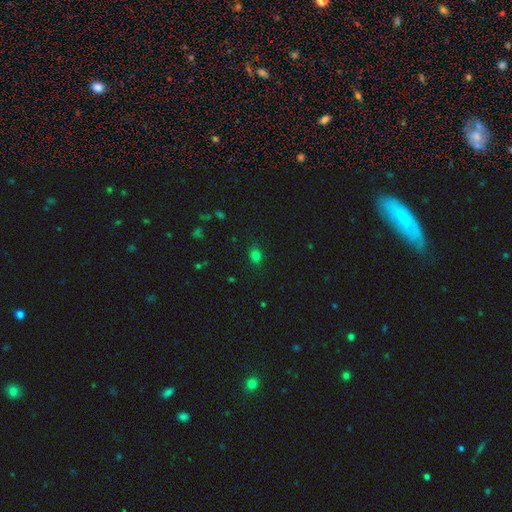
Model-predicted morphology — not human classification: Smooth or featured: smooth — 77% (star or artifact — 18%)
How rounded: in between — 51% (round — 48%)
Merging: none — 84% (minor disturbance — 12%)